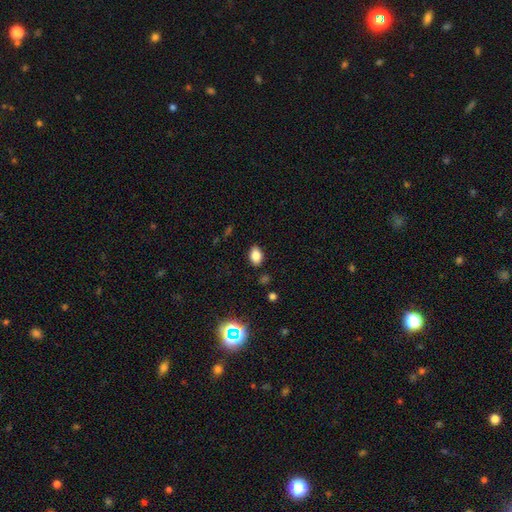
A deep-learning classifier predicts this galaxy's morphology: This appears to be a smooth galaxy with no disk features (82%) that is in between round and cigar-shaped (83%). Merging: none (85%).